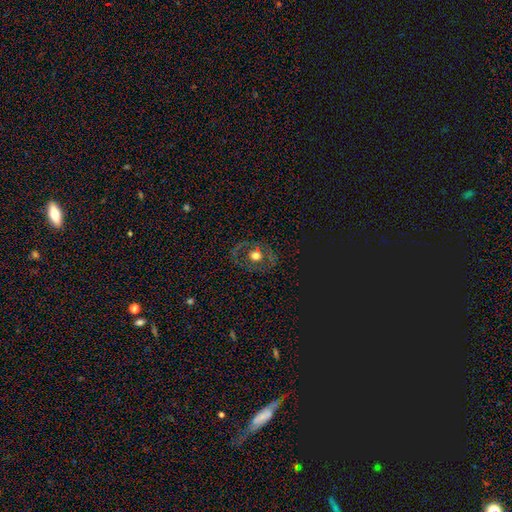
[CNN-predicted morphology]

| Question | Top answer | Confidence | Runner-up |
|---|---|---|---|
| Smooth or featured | featured or disk | 49% | smooth (38%) |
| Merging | none | 78% | minor disturbance (13%) |